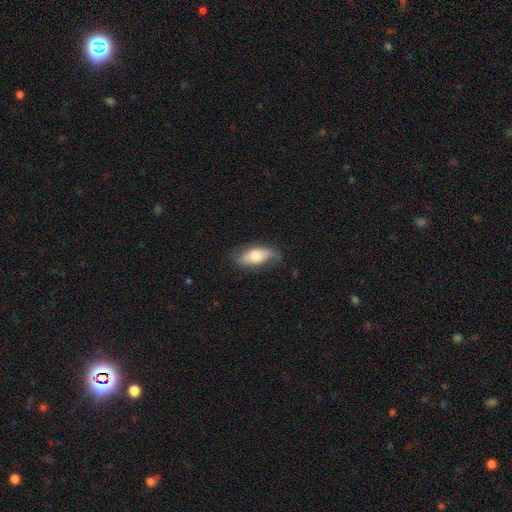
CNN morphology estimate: A smooth galaxy with no disk features (57%) that is in between round and cigar-shaped (82%).

Vote fractions:
- Smooth or featured? smooth: 57% / featured or disk: 36% / star or artifact: 7%
- How rounded? in between: 82% / cigar-shaped: 15% / round: 4%
- Merging? none: 71% / minor disturbance: 21% / major disturbance: 6% / merger: 1%